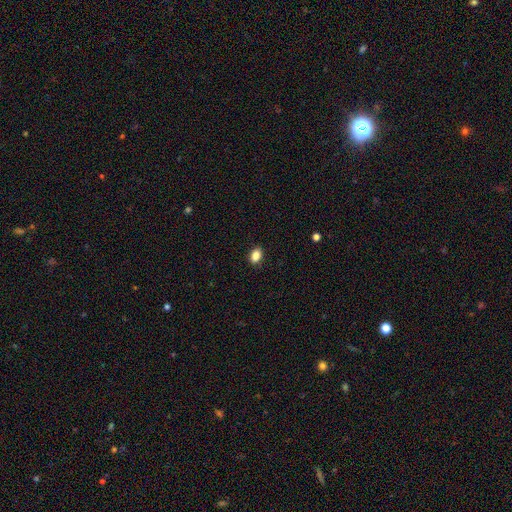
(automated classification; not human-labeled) Q: Smooth or featured?
A: smooth (86%); runner-up: star or artifact (10%)
Q: How rounded?
A: in between (75%); runner-up: round (23%)
Q: Merging?
A: none (89%); runner-up: minor disturbance (8%)